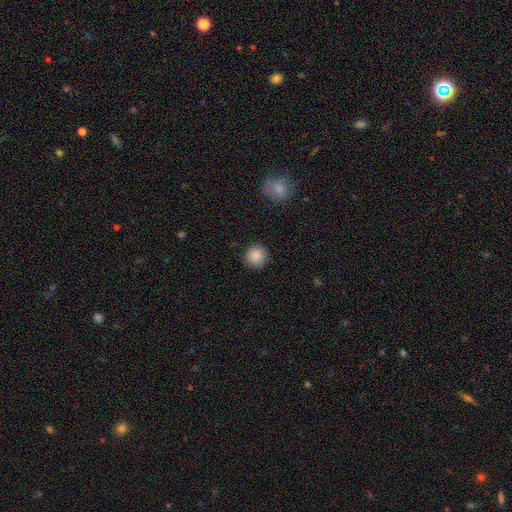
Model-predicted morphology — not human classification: Overall: smooth (88%). How rounded: round (93%). Merging: none (90%).